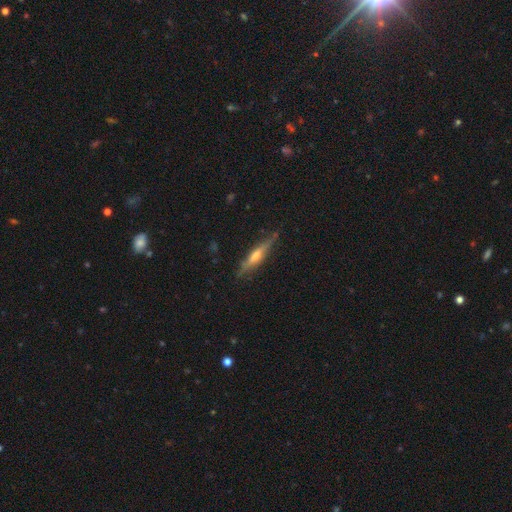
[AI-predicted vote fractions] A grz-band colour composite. It shows a featured or disk galaxy (65%) viewed edge-on (94%) with a rounded central bulge (75%). Merging: none (81%).